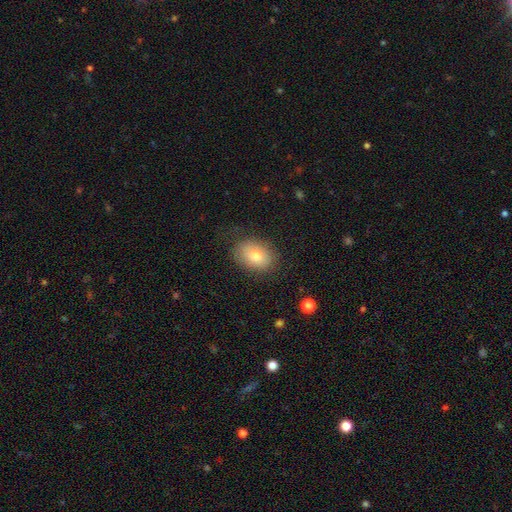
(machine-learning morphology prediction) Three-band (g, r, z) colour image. It shows a smooth galaxy with no disk features (76%) that is in between round and cigar-shaped (78%). Merging: none (77%).